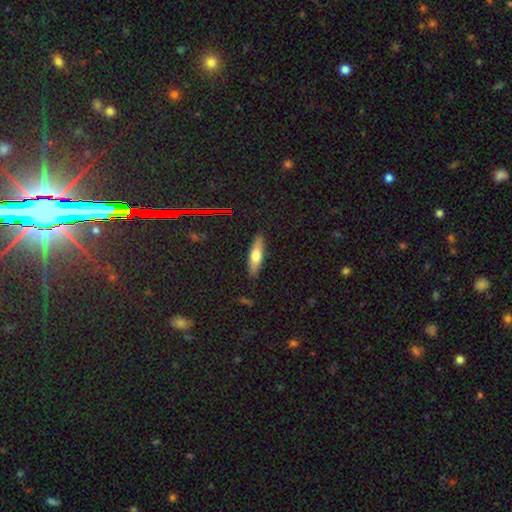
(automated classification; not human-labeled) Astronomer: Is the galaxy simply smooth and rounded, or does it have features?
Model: smooth — 61%.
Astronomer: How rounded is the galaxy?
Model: cigar-shaped — 60% (runner-up: in between, 38%).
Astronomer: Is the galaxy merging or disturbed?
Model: none — 88%.